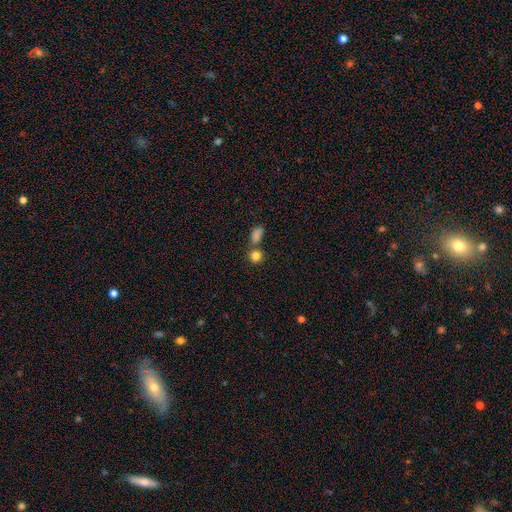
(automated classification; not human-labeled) Smooth or featured? Predicted: smooth (p=0.83). How rounded? Predicted: round (p=0.82). Merging? Predicted: none (p=0.59).